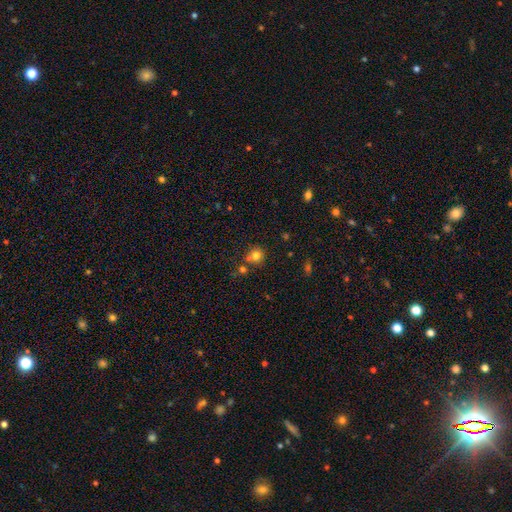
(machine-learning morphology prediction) smooth_or_featured: smooth (p=0.76) [alt: star or artifact p=0.15]
how_rounded: round (p=0.90) [alt: in between p=0.09]
merging: none (p=0.65) [alt: merger p=0.24]